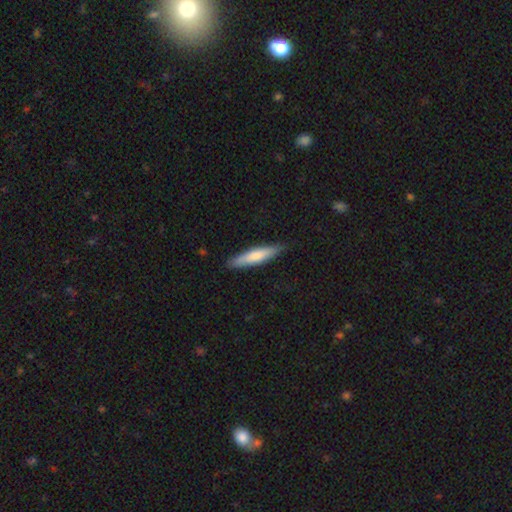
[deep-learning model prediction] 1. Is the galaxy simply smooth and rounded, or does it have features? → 68% smooth, 27% featured or disk, 5% star or artifact.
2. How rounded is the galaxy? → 85% cigar-shaped, 14% in between, 1% round.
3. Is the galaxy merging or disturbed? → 87% none, 10% minor disturbance, 2% major disturbance, 1% merger.